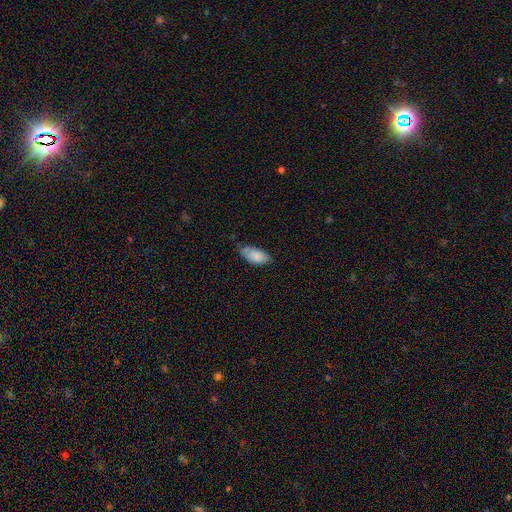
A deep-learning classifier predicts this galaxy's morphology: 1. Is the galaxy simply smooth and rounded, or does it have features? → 82% smooth, 11% featured or disk, 7% star or artifact.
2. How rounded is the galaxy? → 92% in between, 6% cigar-shaped, 2% round.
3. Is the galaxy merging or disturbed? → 58% none, 34% minor disturbance, 6% major disturbance, 2% merger.